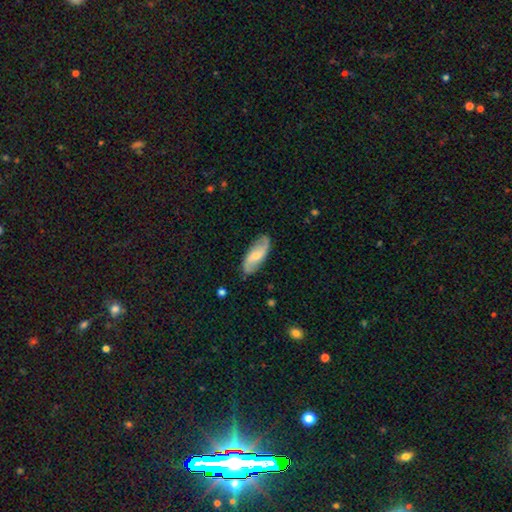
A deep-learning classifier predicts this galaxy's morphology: smooth-or-featured: featured or disk: 59% | smooth: 35% | star or artifact: 6%
  disk-edge-on: no: 91% | yes: 9%
    bar: no: 49% | weak: 40% | strong: 11%
    has-spiral-arms: yes: 90% | no: 10%
    bulge-size: small: 48% | moderate: 42% | none: 5% | large: 3% | dominant: 1%
  merging: none: 82% | minor disturbance: 14% | major disturbance: 3% | merger: 1%